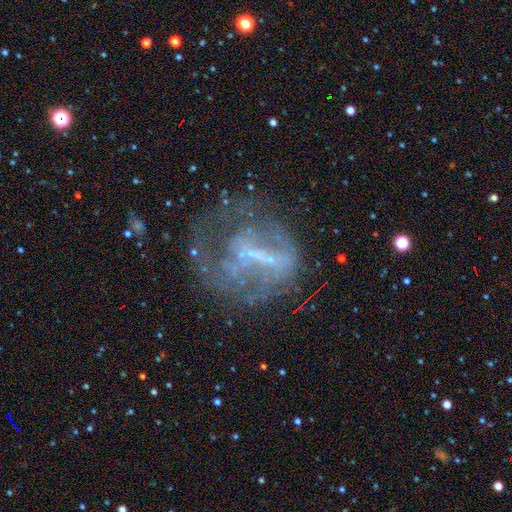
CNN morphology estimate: featured or disk 67%, smooth 17%, star or artifact 16%. Down the decision tree: edge-on disk — no (95%); bar — strong (36%); spiral arms — no (61%); bulge size — small (45%); merging — none (41%).